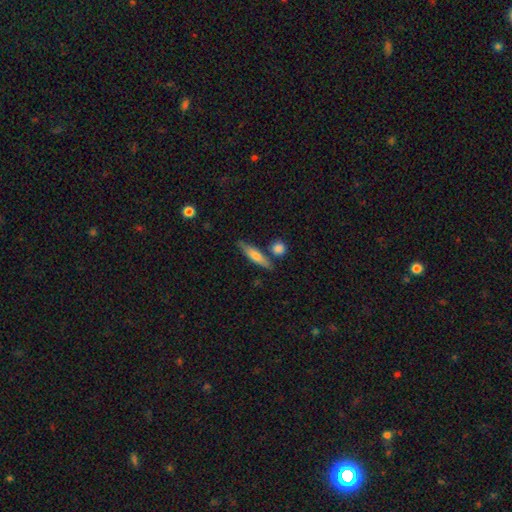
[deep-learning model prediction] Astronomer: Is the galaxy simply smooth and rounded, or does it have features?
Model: smooth — 63%.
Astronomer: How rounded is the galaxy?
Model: cigar-shaped — 76%.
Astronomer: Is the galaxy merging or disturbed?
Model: none — 76%.